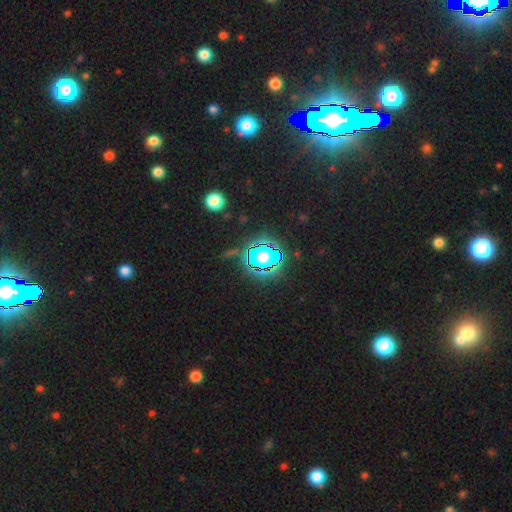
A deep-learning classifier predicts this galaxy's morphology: type=star or artifact (75%).